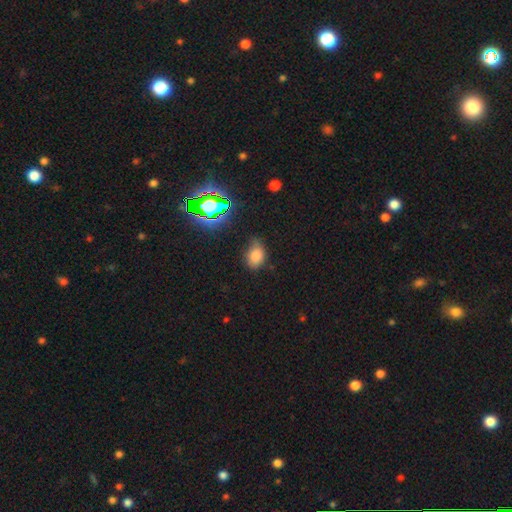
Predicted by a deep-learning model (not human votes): A smooth galaxy with no disk features (75%) that is in between round and cigar-shaped (73%). Merging: none (62%).